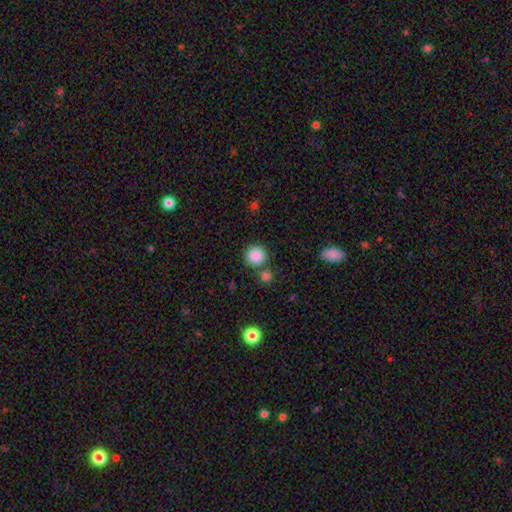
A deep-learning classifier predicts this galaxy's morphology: Smooth or featured? Predicted: smooth (p=0.87). How rounded? Predicted: round (p=0.93). Merging? Predicted: none (p=0.78).